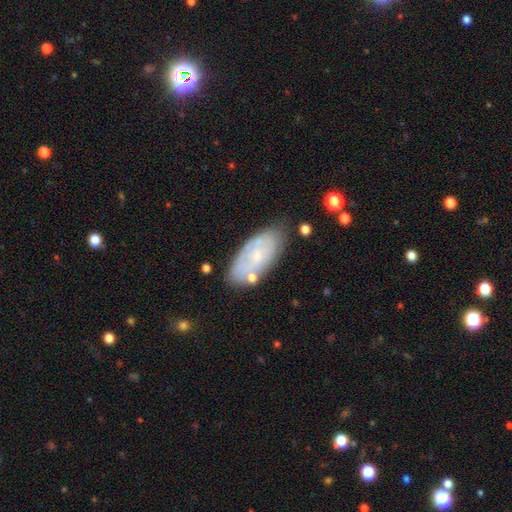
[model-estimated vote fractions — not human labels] Morphology: type=smooth (46%, tied with featured or disk); merging=none (69%).